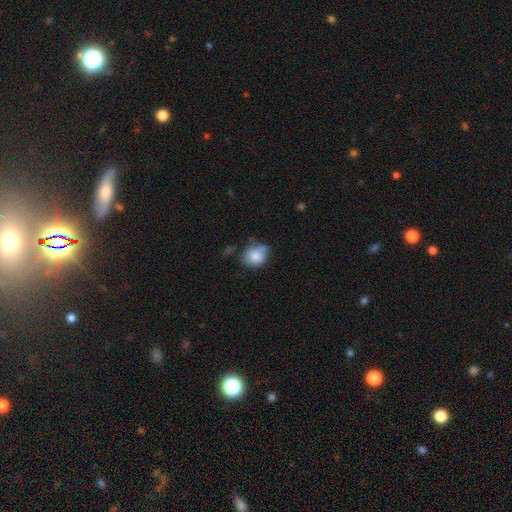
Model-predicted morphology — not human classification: type=smooth (82%); roundness=round (62%); merging=none (54%).